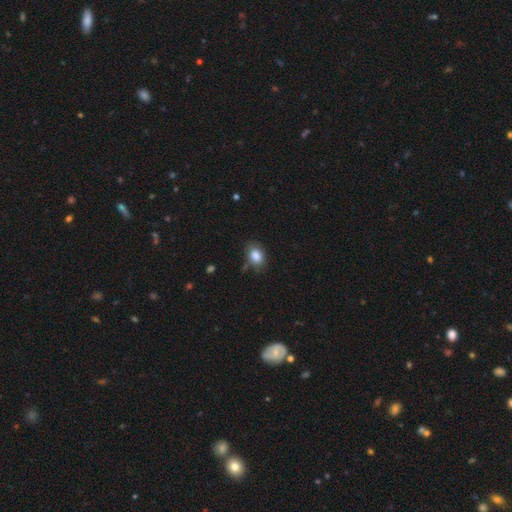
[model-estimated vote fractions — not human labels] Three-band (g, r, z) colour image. It shows a smooth galaxy with no disk features (85%) that is in between round and cigar-shaped (74%). Merging: none (72%).